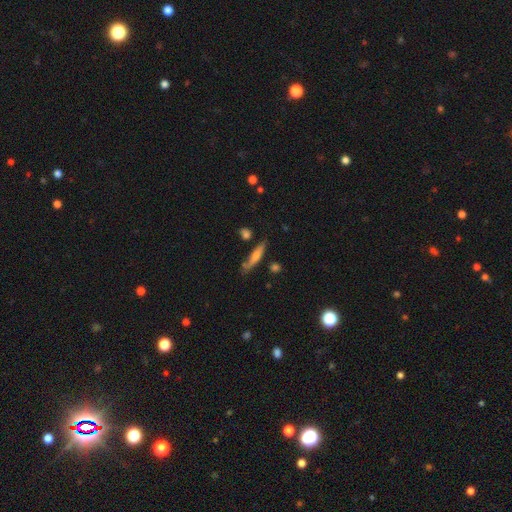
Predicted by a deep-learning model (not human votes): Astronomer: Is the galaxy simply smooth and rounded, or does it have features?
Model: smooth — 53% (runner-up: featured or disk, 39%).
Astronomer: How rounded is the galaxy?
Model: cigar-shaped — 85%.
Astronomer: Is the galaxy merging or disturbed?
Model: none — 68%.